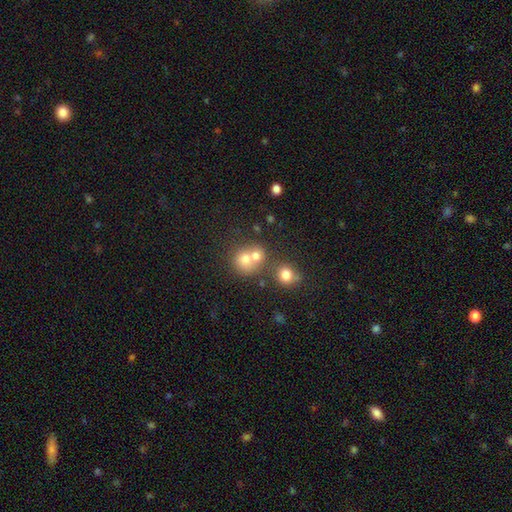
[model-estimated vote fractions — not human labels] This appears to be a smooth galaxy with no disk features (70%) that is round (78%). Merging: merger (53%).